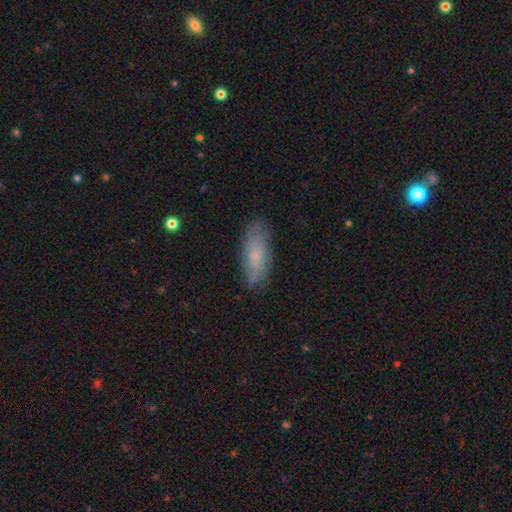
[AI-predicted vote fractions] This appears to be a smooth galaxy with no disk features (67%) that is in between round and cigar-shaped (69%). Merging: none (80%).